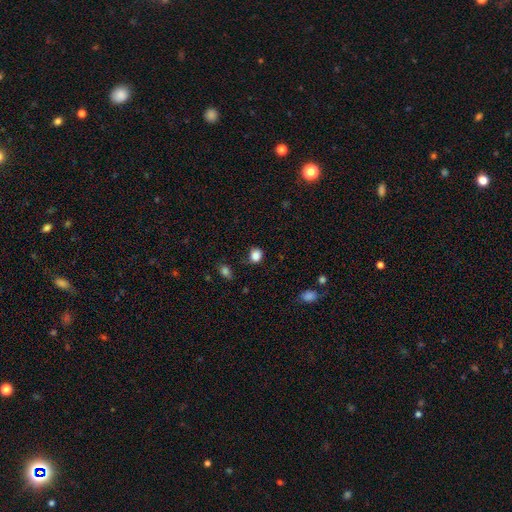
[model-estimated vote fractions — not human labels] A smooth galaxy with no disk features (86%) that is round (75%). Merging: none (73%).